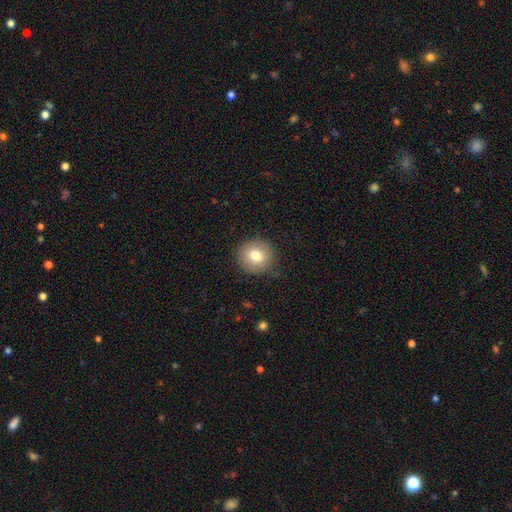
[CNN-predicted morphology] Smooth or featured?
  - smooth: 78% *
  - featured or disk: 12%
  - star or artifact: 9%
How rounded?
  - round: 91% *
  - in between: 8%
  - cigar-shaped: 1%
Merging?
  - none: 85% *
  - minor disturbance: 11%
  - major disturbance: 3%
  - merger: 1%